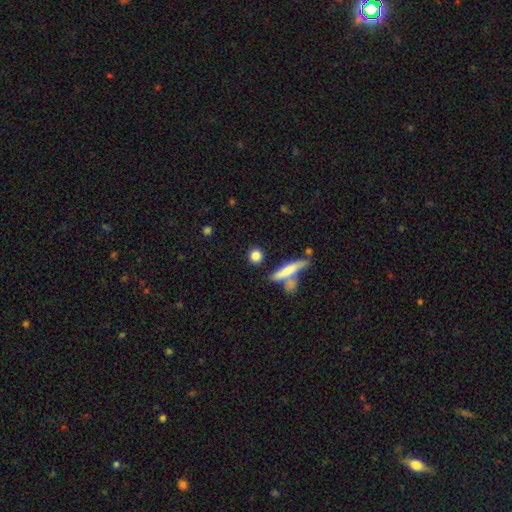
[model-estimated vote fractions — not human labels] A smooth galaxy with no disk features (82%) that is round (72%).

Vote fractions:
- Smooth or featured? smooth: 82% / featured or disk: 10% / star or artifact: 8%
- How rounded? round: 72% / in between: 15% / cigar-shaped: 13%
- Merging? none: 77% / merger: 10% / minor disturbance: 9% / major disturbance: 4%